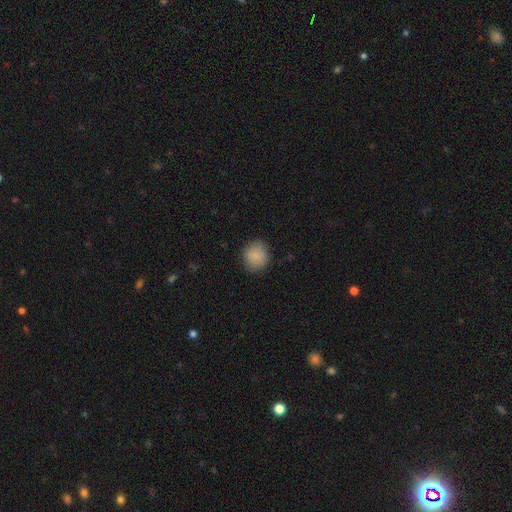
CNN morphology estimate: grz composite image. It shows a smooth galaxy with no disk features (86%) that is round (81%). Merging: none (85%).